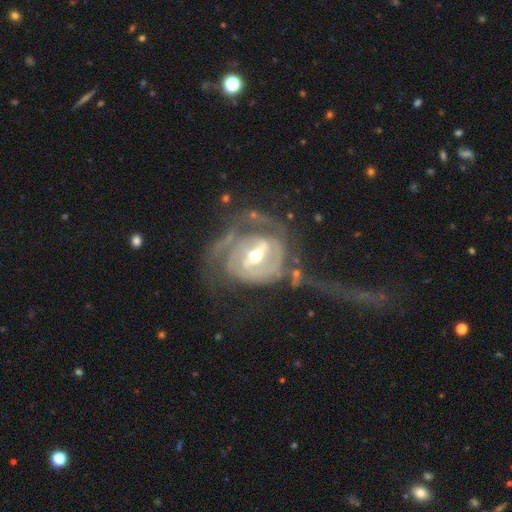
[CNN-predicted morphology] Q: Smooth or featured?
A: featured or disk (87%); runner-up: smooth (8%)
Q: Edge-on disk?
A: no (96%); runner-up: yes (4%)
Q: Bar?
A: strong (44%); runner-up: weak (40%)
Q: Spiral arms?
A: yes (89%); runner-up: no (11%)
Q: Spiral winding?
A: tight (55%); runner-up: medium (32%)
Q: Spiral arm count?
A: 2 (43%); runner-up: can't tell (26%)
Q: Bulge size?
A: moderate (61%); runner-up: small (32%)
Q: Merging?
A: none (44%); runner-up: major disturbance (30%)